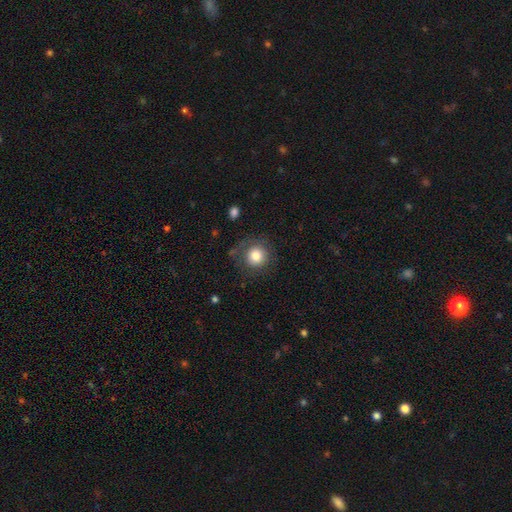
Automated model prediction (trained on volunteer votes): Smooth or featured? smooth (80%)
How rounded? round (93%)
Merging? none (77%)